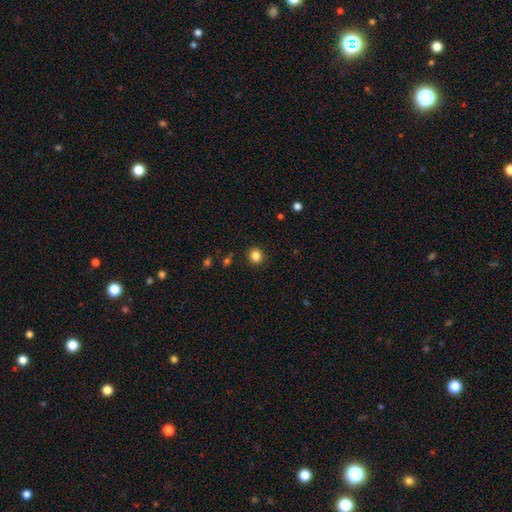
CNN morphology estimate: This appears to be a smooth galaxy with no disk features (84%) that is round (89%). Merging: none (91%).